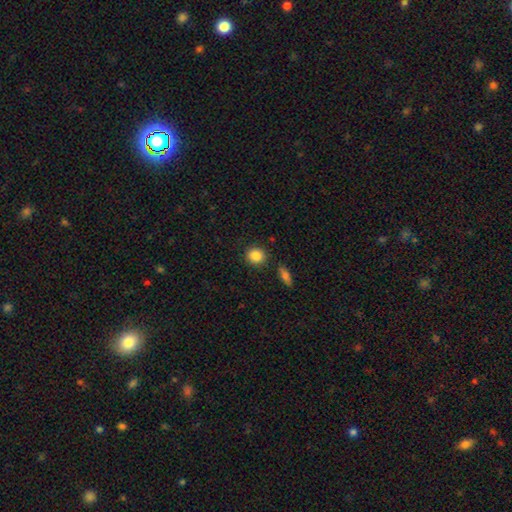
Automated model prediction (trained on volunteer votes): A smooth galaxy with no disk features (87%) that is round (83%).

Vote fractions:
- Smooth or featured? smooth: 87% / star or artifact: 9% / featured or disk: 5%
- How rounded? round: 83% / in between: 16% / cigar-shaped: 1%
- Merging? none: 87% / minor disturbance: 7% / merger: 3% / major disturbance: 2%